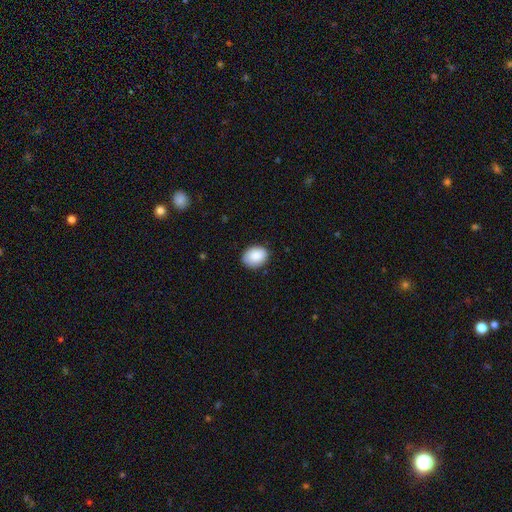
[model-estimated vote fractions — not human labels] The model was most divided on "how rounded": in between: 64%, round: 35%, cigar-shaped: 1%. More confident: smooth or featured — smooth (89%); merging — none (84%).